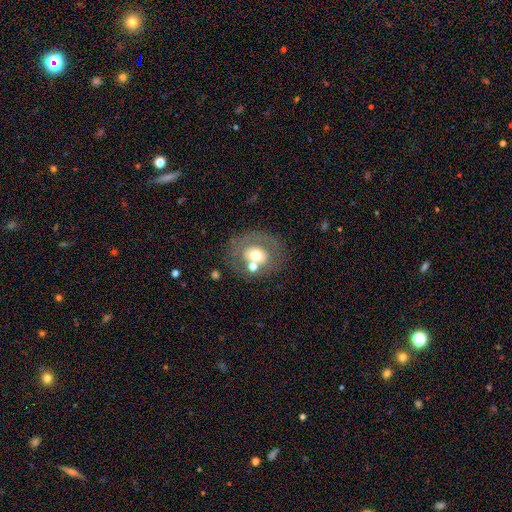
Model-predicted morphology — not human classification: Overall: smooth (47%; featured or disk 42%). Merging: none (63%).